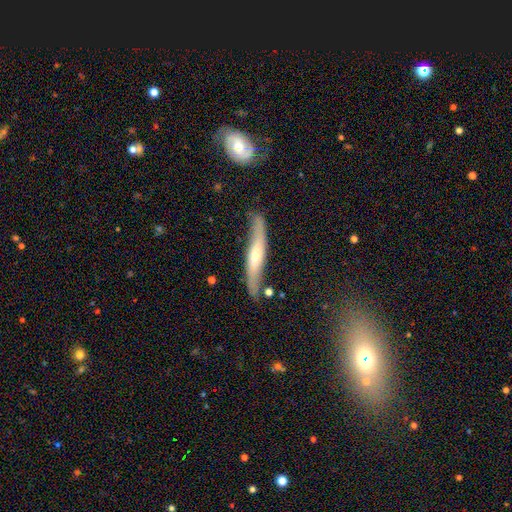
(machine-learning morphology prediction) smooth_or_featured: featured or disk (p=0.56) [alt: smooth p=0.38]
disk_edge_on: yes (p=0.74) [alt: no p=0.26]
merging: none (p=0.74) [alt: minor disturbance p=0.19]